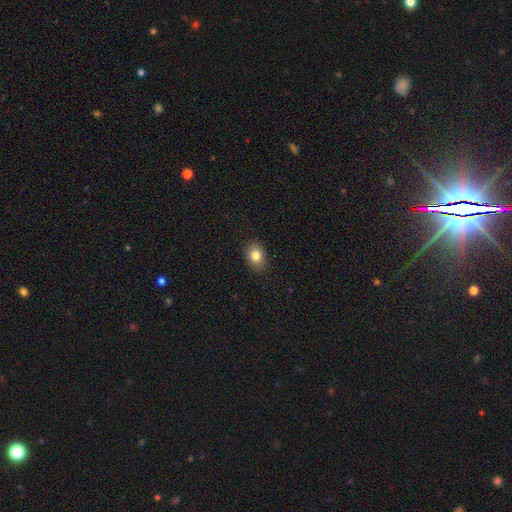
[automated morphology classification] Q: Smooth or featured?
A: smooth (81%); runner-up: star or artifact (10%)
Q: How rounded?
A: in between (68%); runner-up: round (31%)
Q: Merging?
A: none (89%); runner-up: minor disturbance (8%)